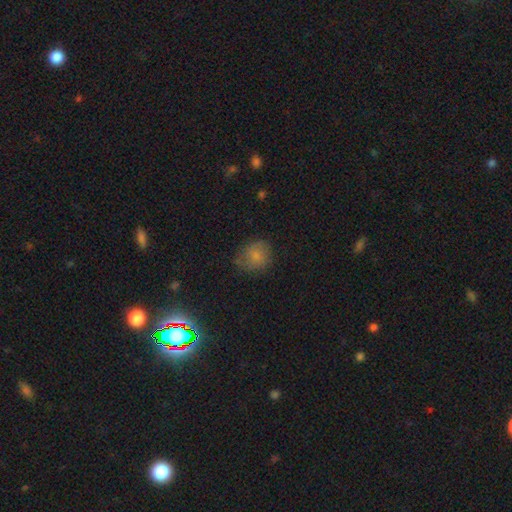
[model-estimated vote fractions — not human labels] This is likely a smooth galaxy (77%). How rounded: likely round (74%). Merging: likely none (67%).